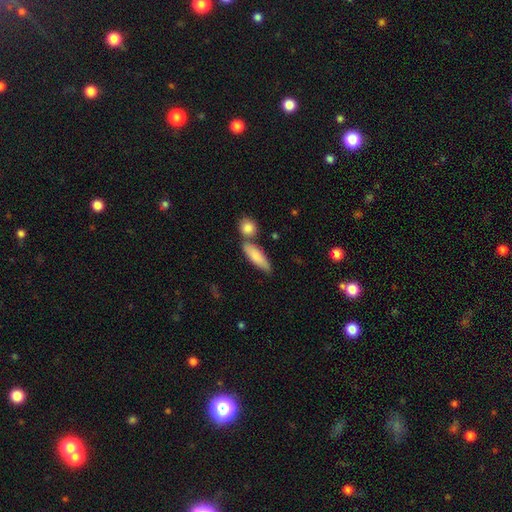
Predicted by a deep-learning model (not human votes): A smooth galaxy with no disk features (81%) that is in between round and cigar-shaped (51%).

Vote fractions:
- Smooth or featured? smooth: 81% / featured or disk: 13% / star or artifact: 5%
- How rounded? in between: 51% / cigar-shaped: 46% / round: 3%
- Merging? none: 60% / merger: 22% / minor disturbance: 14% / major disturbance: 4%